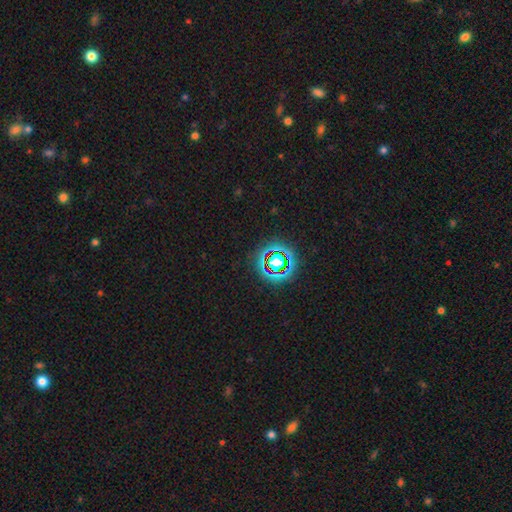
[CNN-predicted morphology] A star or artifact, not a galaxy (72%).